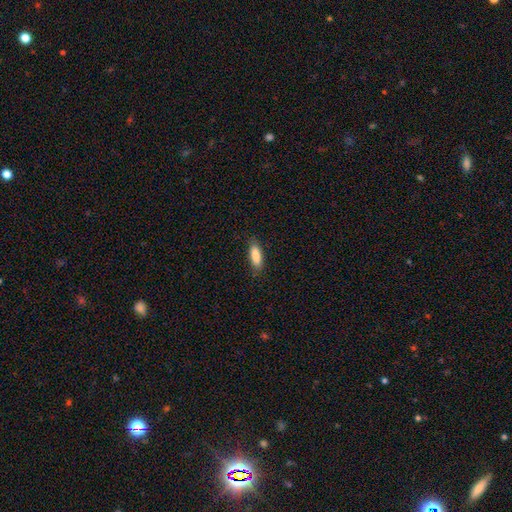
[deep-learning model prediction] Q: Smooth or featured?
A: smooth (86%); runner-up: featured or disk (8%)
Q: How rounded?
A: in between (59%); runner-up: cigar-shaped (40%)
Q: Merging?
A: none (83%); runner-up: minor disturbance (13%)